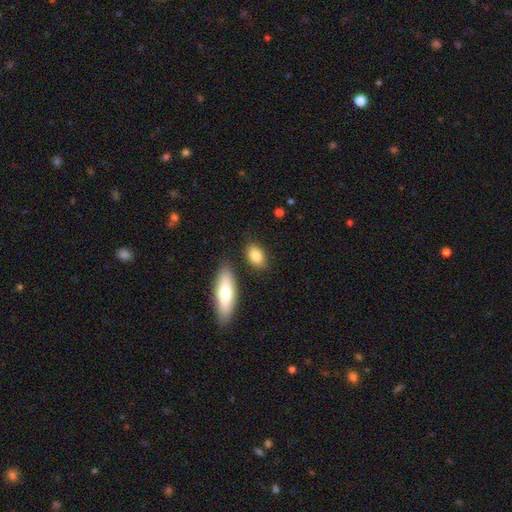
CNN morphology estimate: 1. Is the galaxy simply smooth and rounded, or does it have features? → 82% smooth, 11% featured or disk, 7% star or artifact.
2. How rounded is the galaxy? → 85% in between, 10% round, 5% cigar-shaped.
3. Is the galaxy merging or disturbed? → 79% none, 12% minor disturbance, 7% merger, 3% major disturbance.